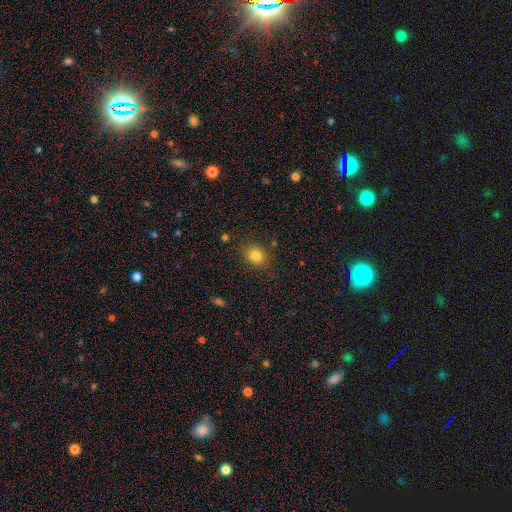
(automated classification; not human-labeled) This appears to be a smooth galaxy with no disk features (82%) that is round (63%). Merging: none (84%).